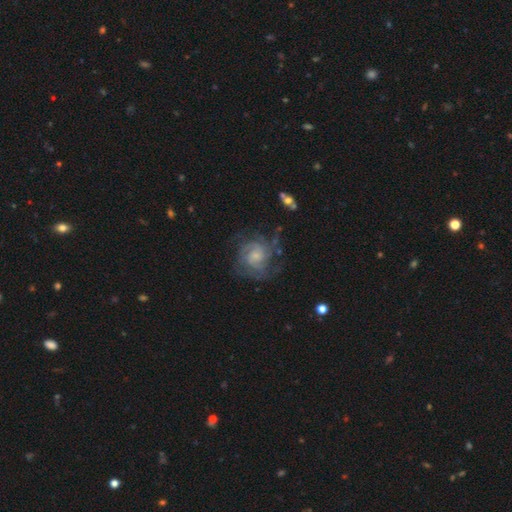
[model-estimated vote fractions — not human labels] Smooth or featured? featured or disk (82%)
Edge-on disk? no (98%)
Bar? no (66%)
Spiral arms? yes (95%)
Spiral winding? tight (57%)
Spiral arm count? can't tell (29%)
Bulge size? small (60%)
Merging? none (69%)